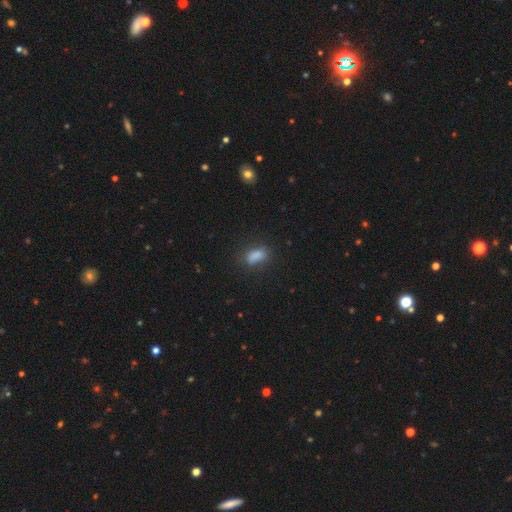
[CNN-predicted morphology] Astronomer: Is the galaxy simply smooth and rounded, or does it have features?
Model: smooth — 81%.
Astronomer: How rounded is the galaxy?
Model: in between — 83%.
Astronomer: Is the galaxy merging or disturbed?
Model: none — 64%.